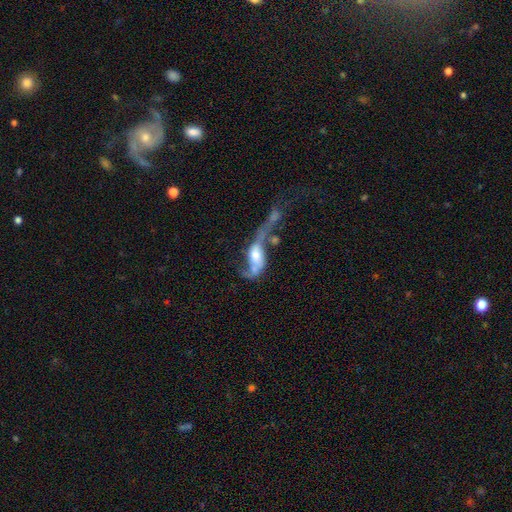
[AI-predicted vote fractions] This appears to be a featured or disk galaxy (60%) with no bar (62%), spiral arms (57%) and a moderate central bulge (41%). Merging: merger (41%).